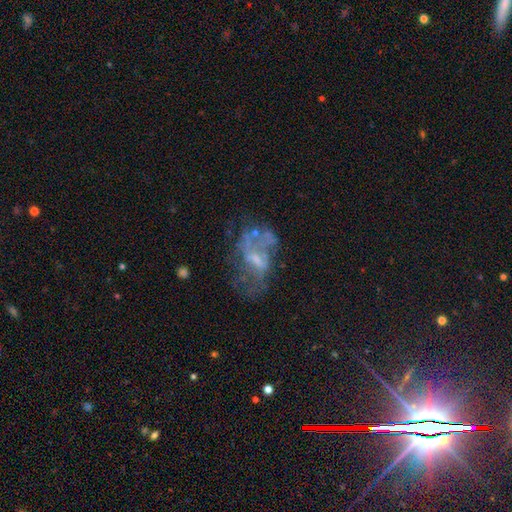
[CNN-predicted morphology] Smooth or featured? featured or disk (65%)
Edge-on disk? no (96%)
Bar? no (48%)
Spiral arms? no (59%)
Bulge size? small (39%)
Merging? none (38%)